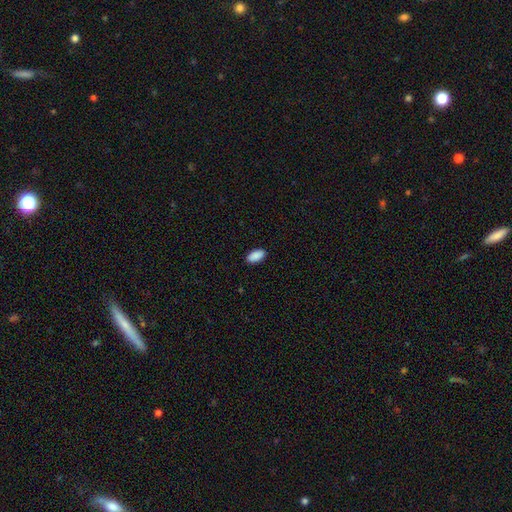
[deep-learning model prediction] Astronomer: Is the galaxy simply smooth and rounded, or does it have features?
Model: smooth — 91%.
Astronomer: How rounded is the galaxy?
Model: in between — 94%.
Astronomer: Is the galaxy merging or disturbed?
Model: none — 90%.